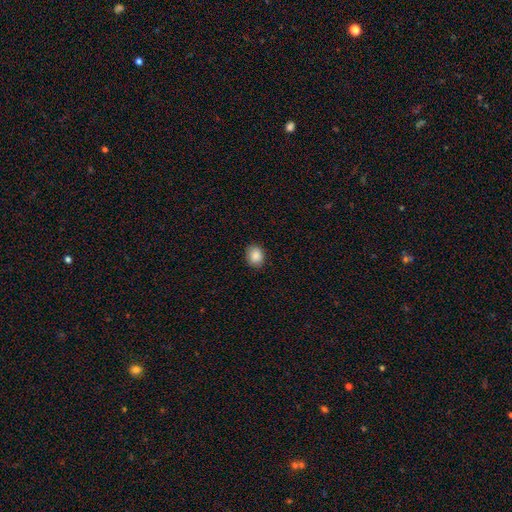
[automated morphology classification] The model was most divided on "how rounded": round: 59%, in between: 40%, cigar-shaped: 1%. More confident: smooth or featured — smooth (87%); merging — none (87%).